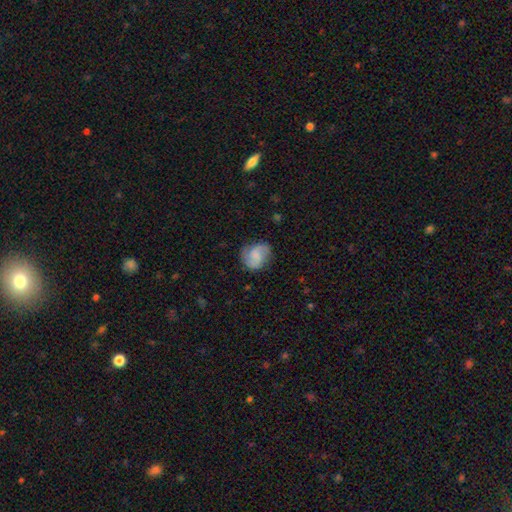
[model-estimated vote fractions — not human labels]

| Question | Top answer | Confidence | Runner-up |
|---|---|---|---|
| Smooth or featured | featured or disk | 46% | tied: smooth (46%) |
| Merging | none | 68% | minor disturbance (23%) |